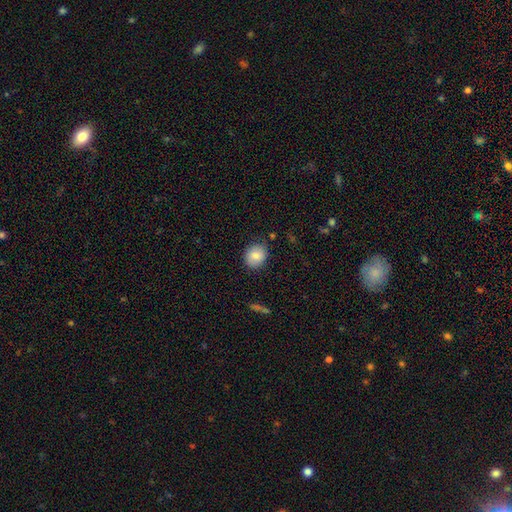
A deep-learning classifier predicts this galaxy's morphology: Q: Smooth or featured?
A: smooth (83%); runner-up: featured or disk (9%)
Q: How rounded?
A: round (70%); runner-up: in between (29%)
Q: Merging?
A: none (84%); runner-up: minor disturbance (12%)